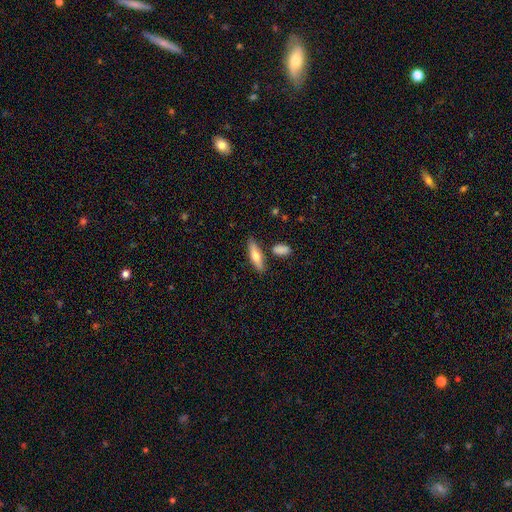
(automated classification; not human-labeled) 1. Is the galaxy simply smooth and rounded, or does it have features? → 65% smooth, 30% featured or disk, 6% star or artifact.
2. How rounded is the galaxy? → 57% cigar-shaped, 40% in between, 3% round.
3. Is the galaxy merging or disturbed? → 78% none, 12% minor disturbance, 7% merger, 3% major disturbance.